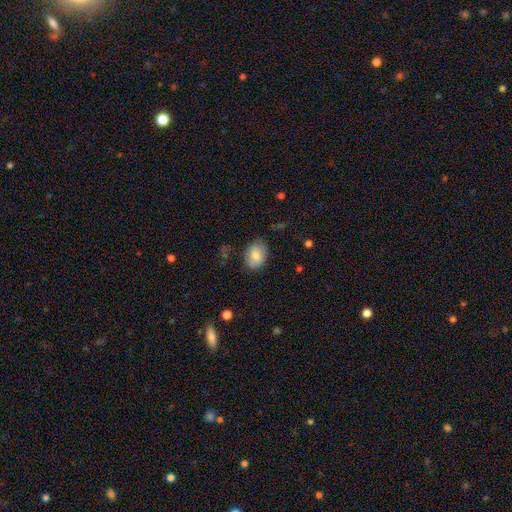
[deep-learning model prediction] Smooth or featured? Predicted: smooth (p=0.80). How rounded? Predicted: in between (p=0.70). Merging? Predicted: none (p=0.75).